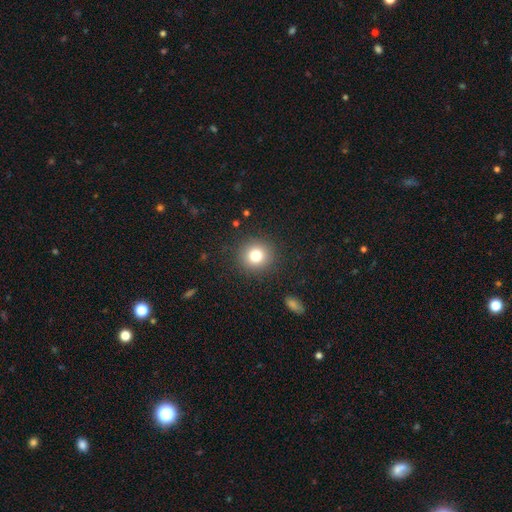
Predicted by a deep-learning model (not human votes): A smooth galaxy with no disk features (79%) that is round (90%).

Vote fractions:
- Smooth or featured? smooth: 79% / star or artifact: 12% / featured or disk: 9%
- How rounded? round: 90% / in between: 9% / cigar-shaped: 1%
- Merging? none: 90% / minor disturbance: 6% / major disturbance: 3% / merger: 1%